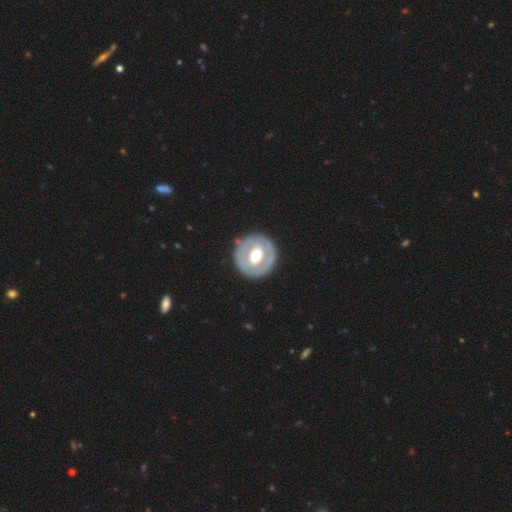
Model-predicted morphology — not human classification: smooth_or_featured: featured or disk (p=0.59) [alt: smooth p=0.37]
disk_edge_on: no (p=0.95) [alt: yes p=0.05]
bar: no (p=0.51) [alt: weak p=0.31]
has_spiral_arms: no (p=0.82) [alt: yes p=0.18]
bulge_size: moderate (p=0.67) [alt: large p=0.25]
merging: none (p=0.83) [alt: minor disturbance p=0.11]